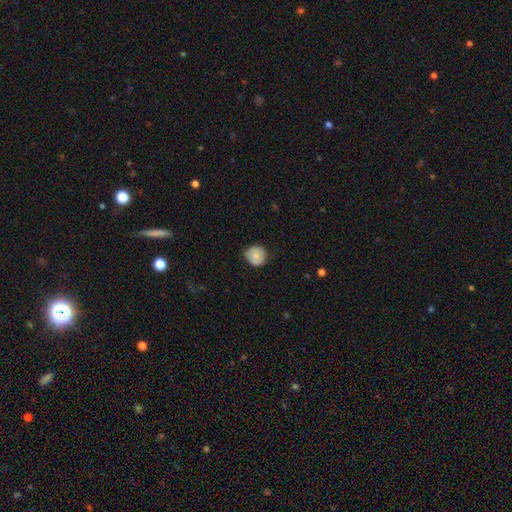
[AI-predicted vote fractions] This is likely a smooth galaxy (78%). How rounded: clearly round (85%). Merging: likely none (68%).